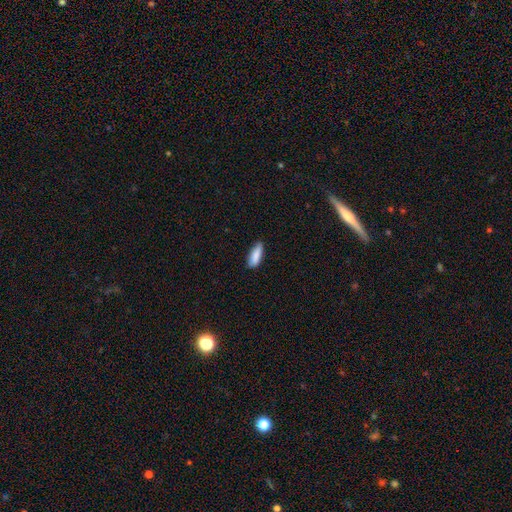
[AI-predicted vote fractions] smooth-or-featured: smooth: 87% | star or artifact: 6% | featured or disk: 6%
  how-rounded: in between: 58% | cigar-shaped: 40% | round: 2%
  merging: none: 78% | minor disturbance: 18% | major disturbance: 3% | merger: 1%